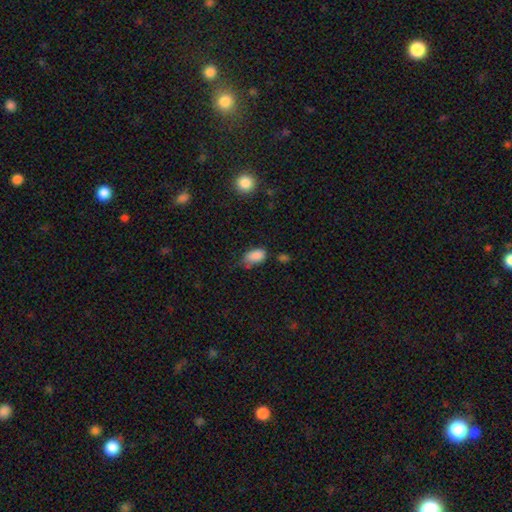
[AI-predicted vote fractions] Overall: smooth (86%). How rounded: in between (90%). Merging: none (48%; minor disturbance 37%).